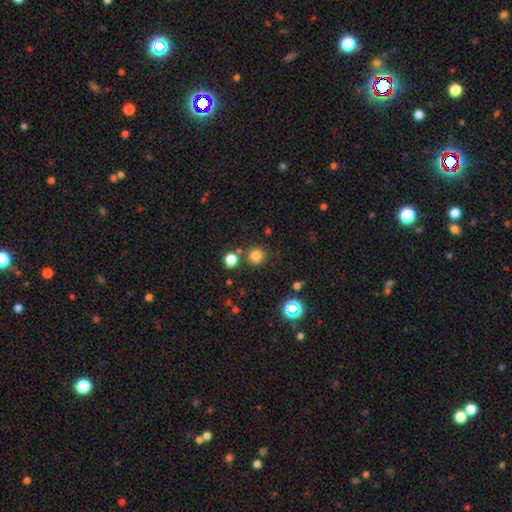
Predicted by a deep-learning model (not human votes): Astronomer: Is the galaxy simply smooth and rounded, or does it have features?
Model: smooth — 78%.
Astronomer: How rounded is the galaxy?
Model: round — 92%.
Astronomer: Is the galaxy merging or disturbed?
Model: none — 79%.